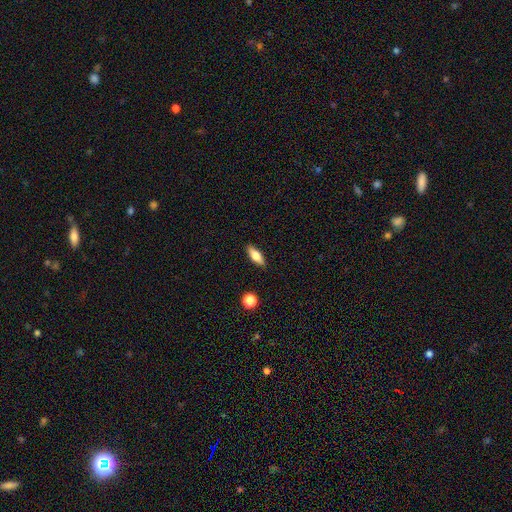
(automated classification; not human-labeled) The model was most divided on "how rounded": in between: 67%, cigar-shaped: 29%, round: 3%. More confident: merging — none (88%); smooth or featured — smooth (66%).